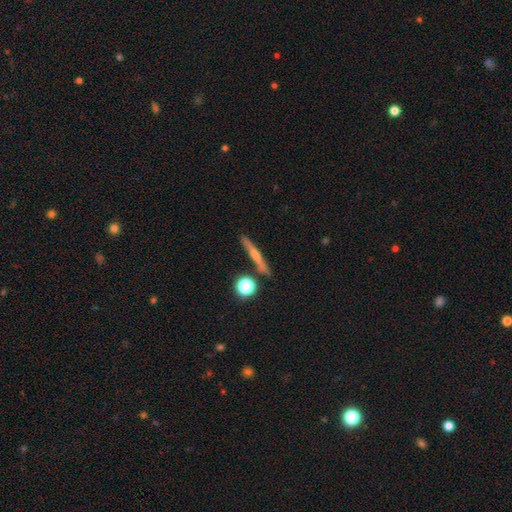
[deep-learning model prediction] A smooth galaxy with no disk features (47%).

Vote fractions:
- Smooth or featured? smooth: 47% / featured or disk: 43% / star or artifact: 10%
- Merging? none: 84% / minor disturbance: 9% / merger: 5% / major disturbance: 2%